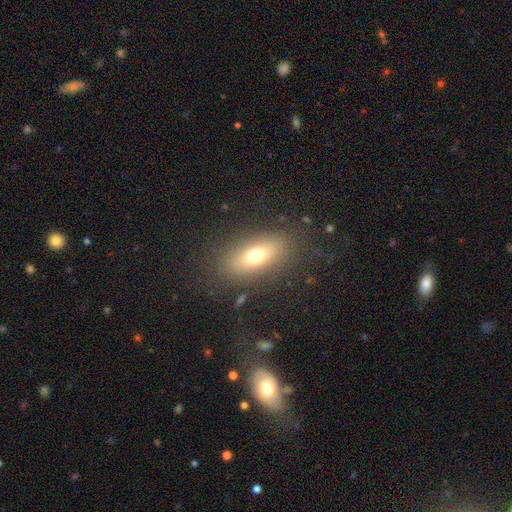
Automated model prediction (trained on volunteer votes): Morphology: type=smooth (67%); roundness=in between (76%); merging=none (83%).